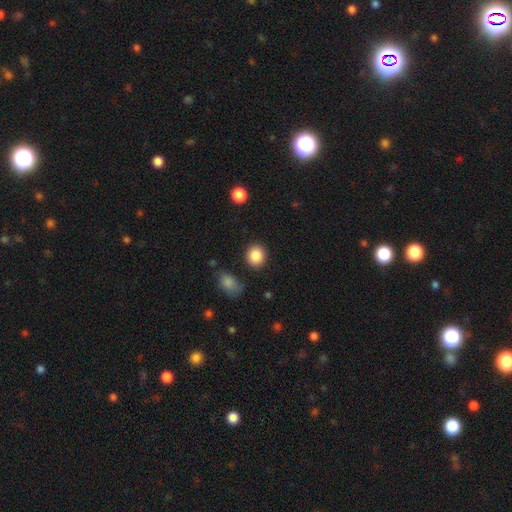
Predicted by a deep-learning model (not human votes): smooth 87%, star or artifact 9%, featured or disk 4%. Down the decision tree: how rounded — round (81%); merging — none (86%).